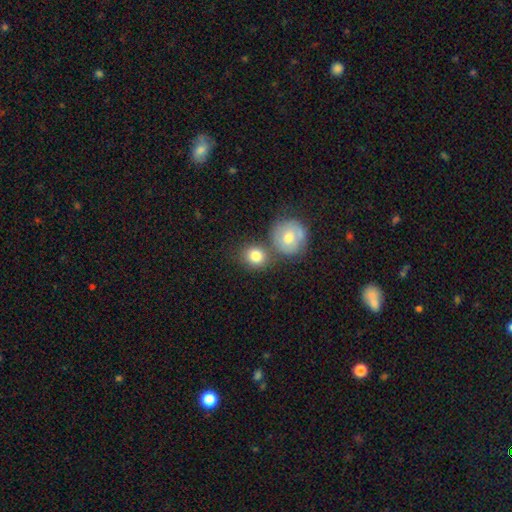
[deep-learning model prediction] Smooth or featured? smooth (79%)
How rounded? round (79%)
Merging? none (54%)